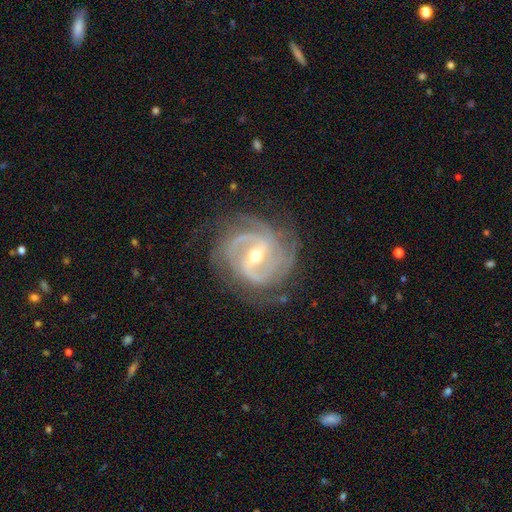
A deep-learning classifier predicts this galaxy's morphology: A featured or disk galaxy (92%) with a weak bar (44%, tied with strong), 2 (39%) tight (47%) spiral arms (98%) and a moderate central bulge (50%). Merging: none (73%).